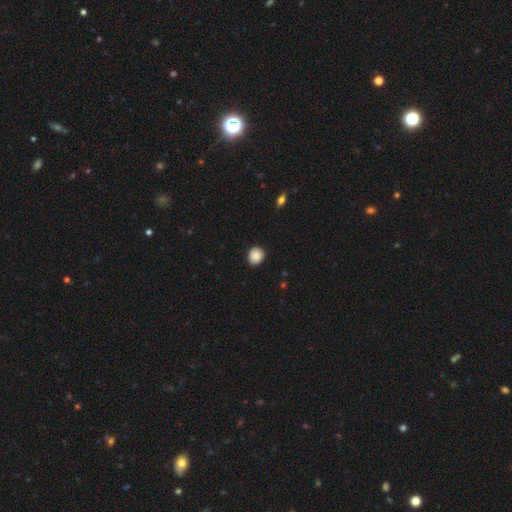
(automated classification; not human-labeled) Morphology: type=smooth (88%); roundness=round (80%); merging=none (89%).